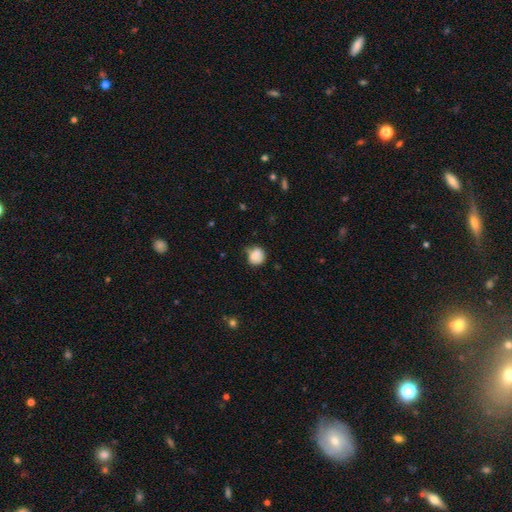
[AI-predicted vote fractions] This is likely a smooth galaxy (79%). How rounded: likely round (79%). Merging: possibly none (51%).